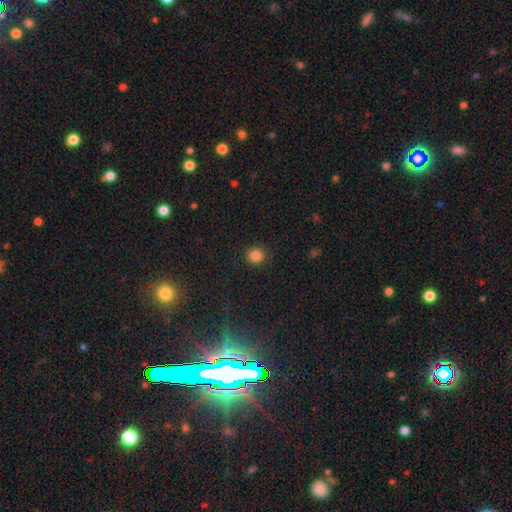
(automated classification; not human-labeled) Q: Smooth or featured?
A: smooth (85%); runner-up: star or artifact (11%)
Q: How rounded?
A: round (80%); runner-up: in between (19%)
Q: Merging?
A: none (88%); runner-up: minor disturbance (8%)